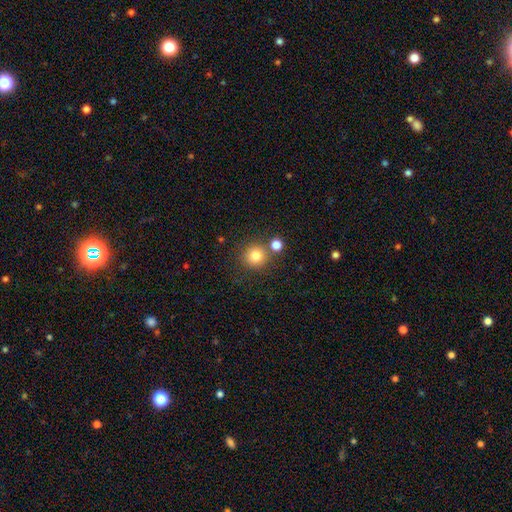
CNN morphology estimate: smooth 81%, star or artifact 13%, featured or disk 7%. Down the decision tree: how rounded — round (93%); merging — none (76%).